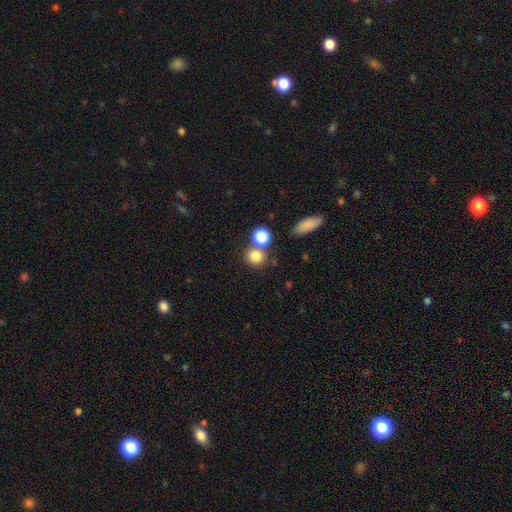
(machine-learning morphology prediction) Smooth or featured: smooth — 80% (star or artifact — 13%)
How rounded: round — 80% (in between — 19%)
Merging: none — 65% (merger — 22%)